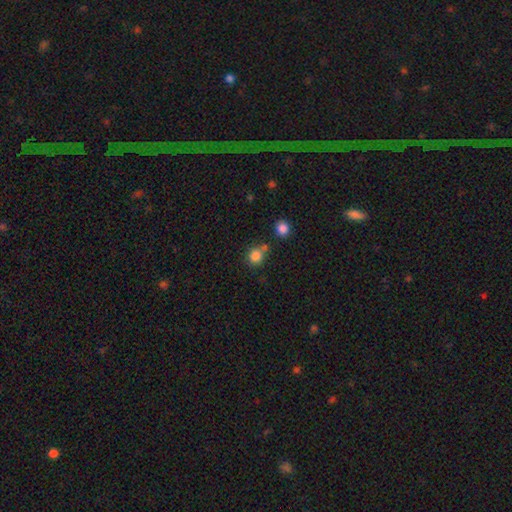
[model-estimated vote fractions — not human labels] Smooth or featured: smooth — 83% (star or artifact — 12%)
How rounded: round — 86% (in between — 13%)
Merging: none — 62% (merger — 22%)